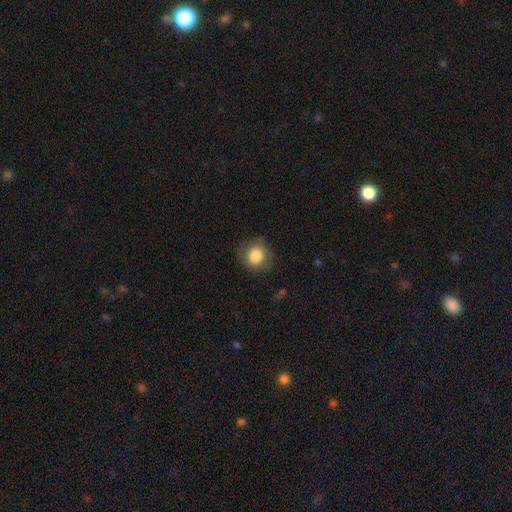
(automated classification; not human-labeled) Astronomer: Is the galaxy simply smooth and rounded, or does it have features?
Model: smooth — 82%.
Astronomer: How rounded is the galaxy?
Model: round — 84%.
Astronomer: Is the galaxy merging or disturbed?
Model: none — 80%.